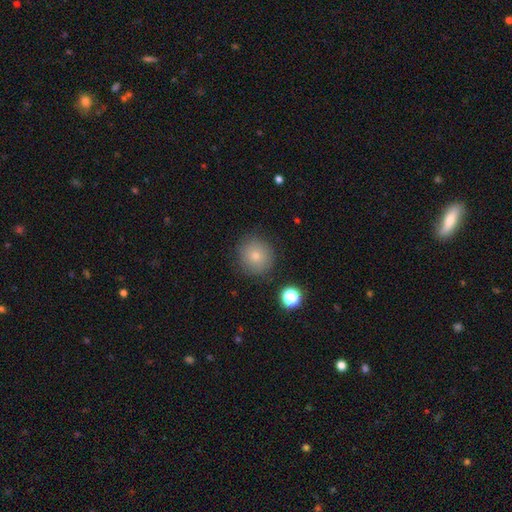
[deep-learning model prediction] A smooth galaxy with no disk features (77%) that is round (93%).

Vote fractions:
- Smooth or featured? smooth: 77% / star or artifact: 12% / featured or disk: 10%
- How rounded? round: 93% / in between: 6% / cigar-shaped: 1%
- Merging? none: 85% / minor disturbance: 10% / major disturbance: 3% / merger: 2%